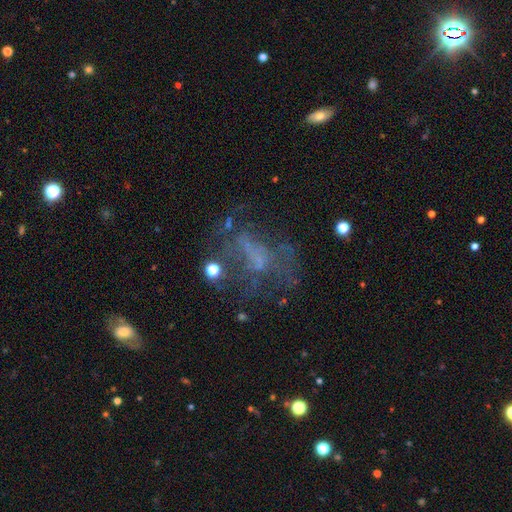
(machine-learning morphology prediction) The model was most divided on "merging": none: 44%, major disturbance: 33%, minor disturbance: 17%, merger: 6%. More confident: edge-on disk — no (95%); smooth or featured — featured or disk (53%).